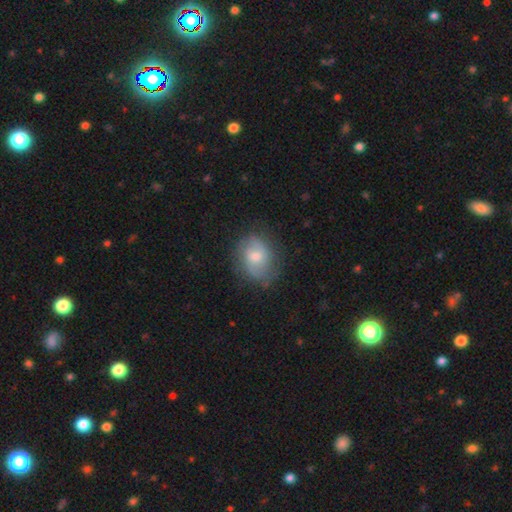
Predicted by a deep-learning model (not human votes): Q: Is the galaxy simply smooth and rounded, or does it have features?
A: featured or disk — 51%.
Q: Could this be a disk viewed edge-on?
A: no — 96%.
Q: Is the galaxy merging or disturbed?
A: none — 75%.